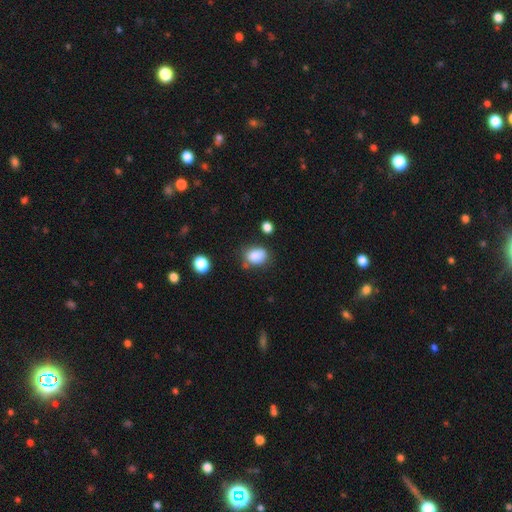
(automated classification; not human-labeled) Morphology: type=smooth (84%); roundness=in between (61%); merging=none (59%).